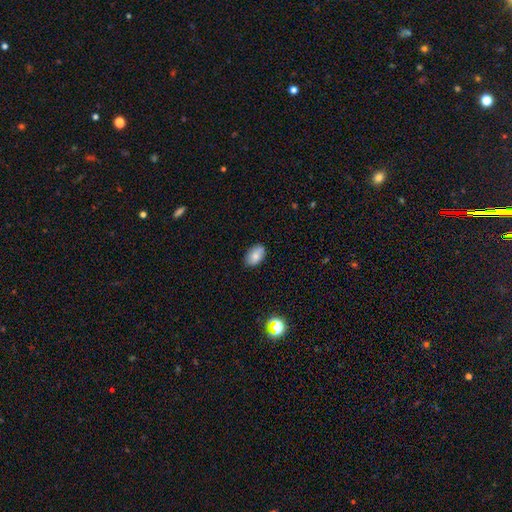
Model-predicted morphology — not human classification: A smooth galaxy with no disk features (78%) that is in between round and cigar-shaped (90%). Merging: none (83%).